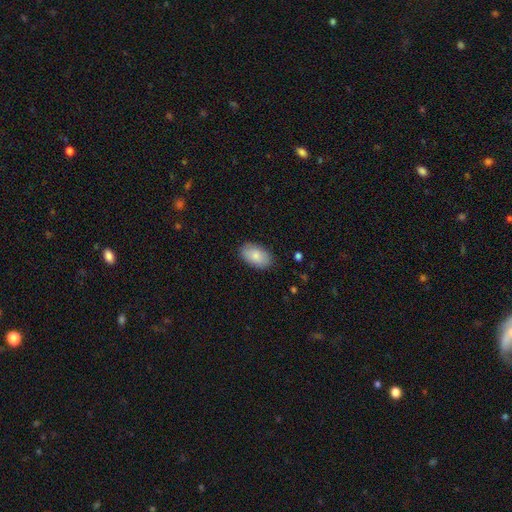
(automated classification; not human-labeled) A smooth galaxy with no disk features (82%) that is in between round and cigar-shaped (93%). Merging: none (85%).